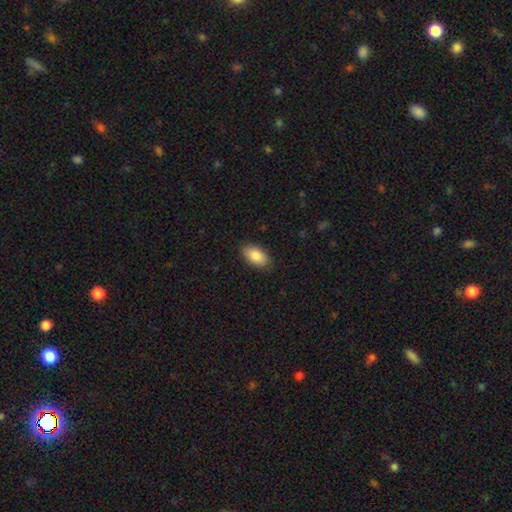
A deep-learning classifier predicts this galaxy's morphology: smooth 86%, featured or disk 7%, star or artifact 7%. Down the decision tree: how rounded — in between (93%); merging — none (88%).